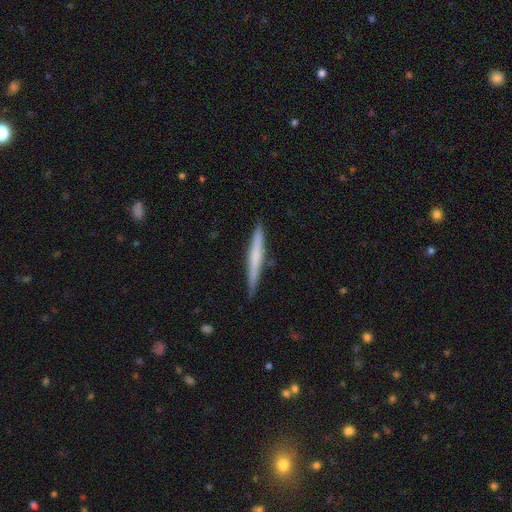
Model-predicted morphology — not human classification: The model was most divided on "smooth or featured": smooth: 53%, featured or disk: 41%, star or artifact: 6%. More confident: how rounded — cigar-shaped (96%); merging — none (86%).